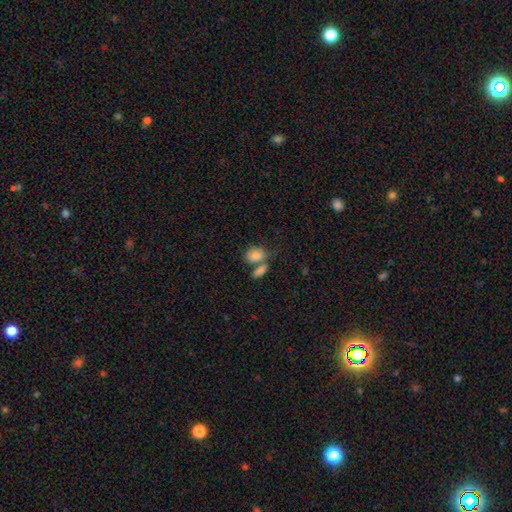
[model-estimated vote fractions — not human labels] A smooth galaxy with no disk features (84%) that is in between round and cigar-shaped (78%). Merging: merger (46%).